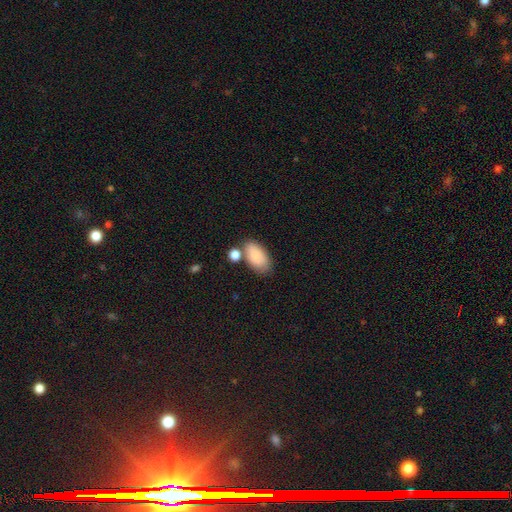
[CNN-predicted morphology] Q: Smooth or featured?
A: smooth (85%); runner-up: featured or disk (8%)
Q: How rounded?
A: in between (94%); runner-up: round (4%)
Q: Merging?
A: none (62%); runner-up: minor disturbance (17%)